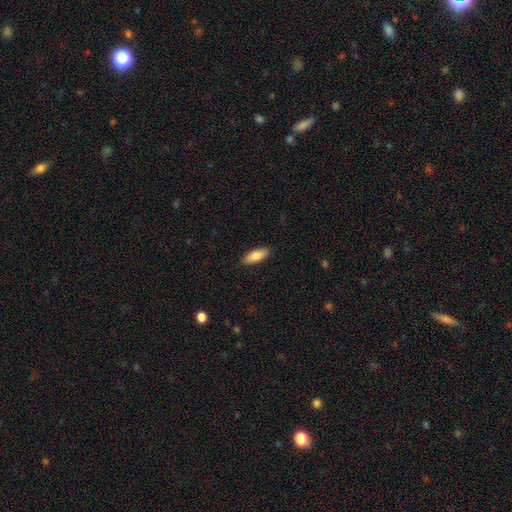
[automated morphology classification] smooth-or-featured: smooth: 85% | featured or disk: 9% | star or artifact: 6%
  how-rounded: in between: 73% | cigar-shaped: 25% | round: 2%
  merging: none: 89% | minor disturbance: 8% | major disturbance: 2% | merger: 1%